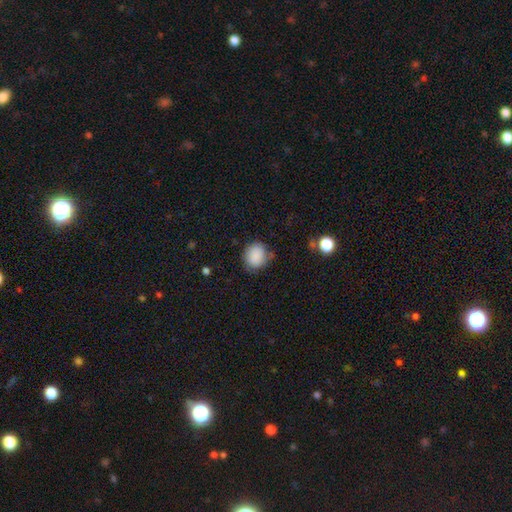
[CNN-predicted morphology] A smooth galaxy with no disk features (87%) that is round (74%). Merging: none (72%).